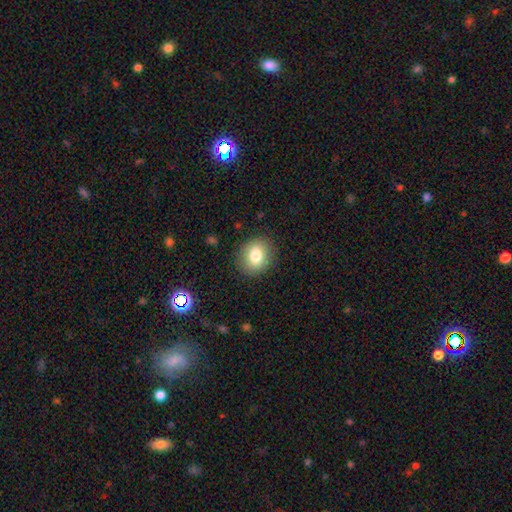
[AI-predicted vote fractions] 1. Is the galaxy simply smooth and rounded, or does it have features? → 80% smooth, 10% featured or disk, 10% star or artifact.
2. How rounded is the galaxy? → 68% round, 31% in between, 1% cigar-shaped.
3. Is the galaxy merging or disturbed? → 88% none, 8% minor disturbance, 3% major disturbance, 1% merger.